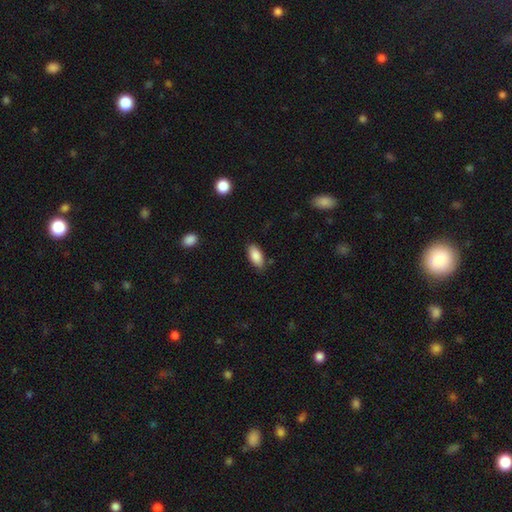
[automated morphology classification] Smooth or featured?
  - smooth: 87% *
  - star or artifact: 7%
  - featured or disk: 7%
How rounded?
  - in between: 88% *
  - cigar-shaped: 9%
  - round: 2%
Merging?
  - none: 81% *
  - minor disturbance: 15%
  - major disturbance: 3%
  - merger: 2%